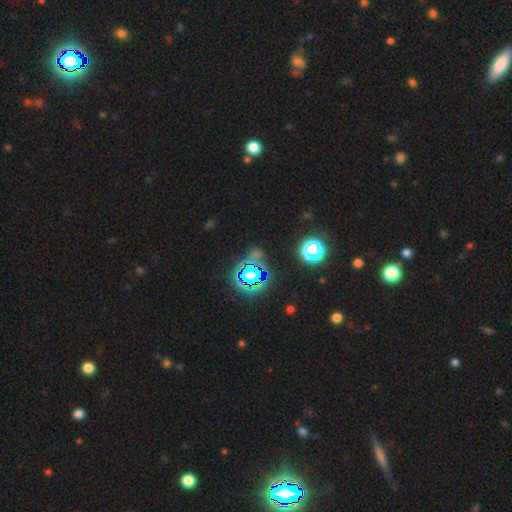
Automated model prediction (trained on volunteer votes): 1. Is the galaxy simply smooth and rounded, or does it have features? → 76% star or artifact, 16% smooth, 8% featured or disk.